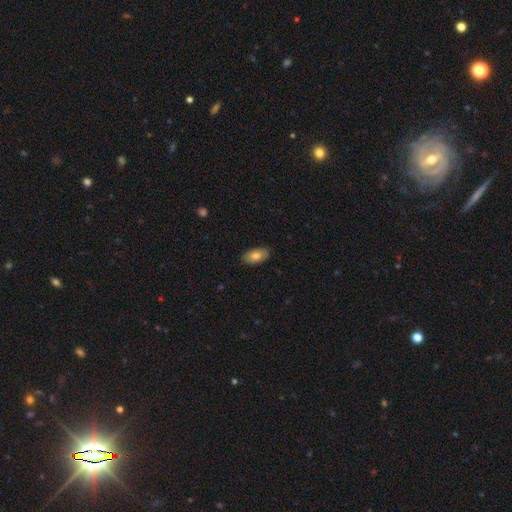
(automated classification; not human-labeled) Q: Smooth or featured?
A: smooth (79%); runner-up: featured or disk (14%)
Q: How rounded?
A: in between (93%); runner-up: round (4%)
Q: Merging?
A: none (87%); runner-up: minor disturbance (11%)